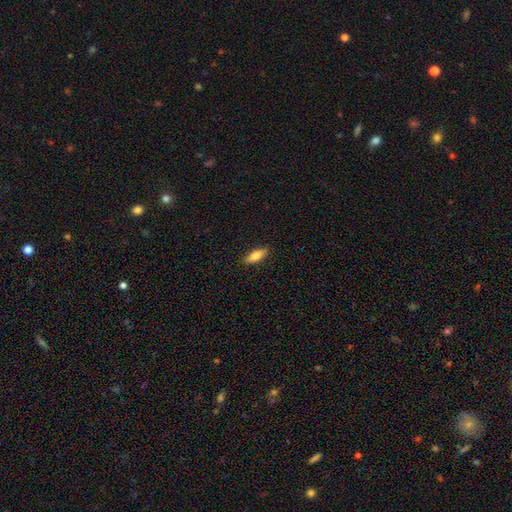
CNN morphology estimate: Overall: smooth (74%). How rounded: in between (57%; cigar-shaped 41%). Merging: none (89%).